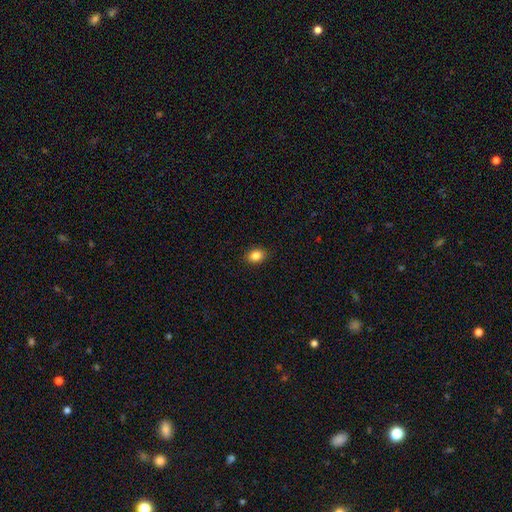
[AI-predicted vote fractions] Smooth or featured: smooth — 86% (star or artifact — 9%)
How rounded: in between — 65% (round — 34%)
Merging: none — 90% (minor disturbance — 7%)